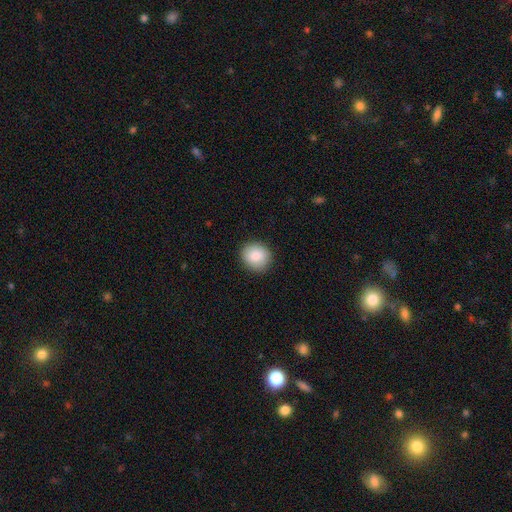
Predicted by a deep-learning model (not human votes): Overall: smooth (85%). How rounded: round (83%). Merging: none (90%).